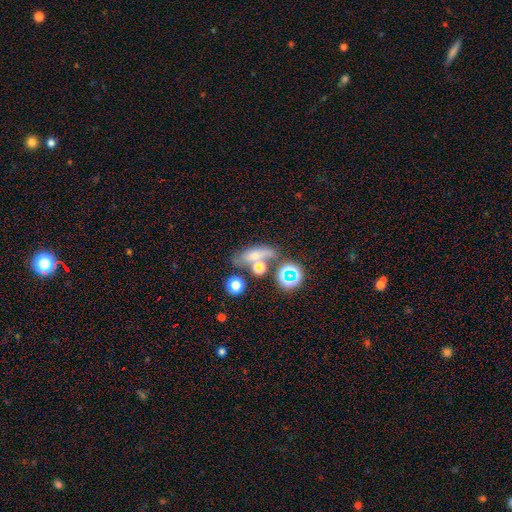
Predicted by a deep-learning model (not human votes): Q: Smooth or featured?
A: smooth (59%); runner-up: featured or disk (22%)
Q: How rounded?
A: in between (51%); runner-up: cigar-shaped (26%)
Q: Merging?
A: none (50%); runner-up: merger (26%)